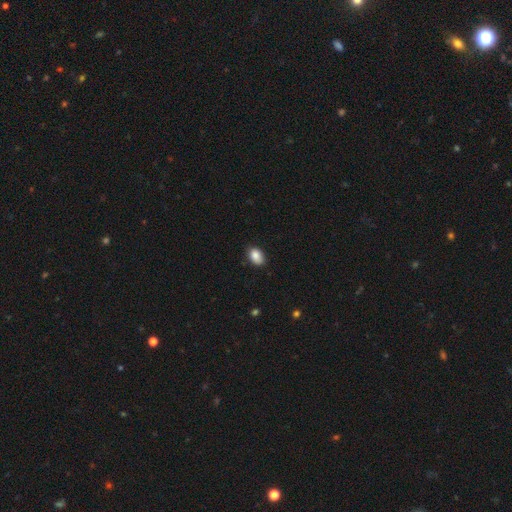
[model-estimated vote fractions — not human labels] This is clearly a smooth galaxy (88%). How rounded: clearly in between (86%). Merging: clearly none (84%).